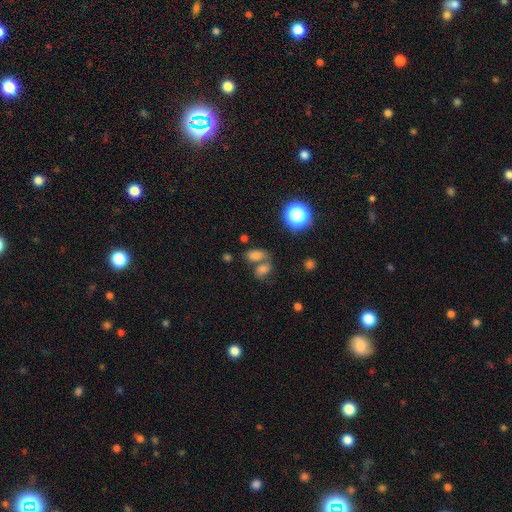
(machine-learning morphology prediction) This is likely a smooth galaxy (71%). How rounded: clearly in between (81%). Merging: possibly merger (46%).